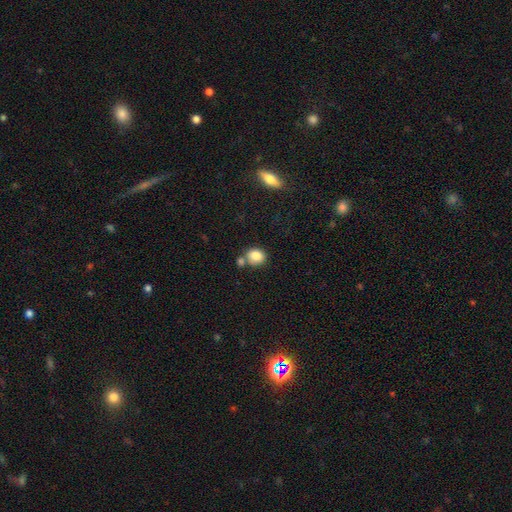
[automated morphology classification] Q: Smooth or featured?
A: smooth (83%); runner-up: star or artifact (9%)
Q: How rounded?
A: round (65%); runner-up: in between (34%)
Q: Merging?
A: none (56%); runner-up: merger (27%)